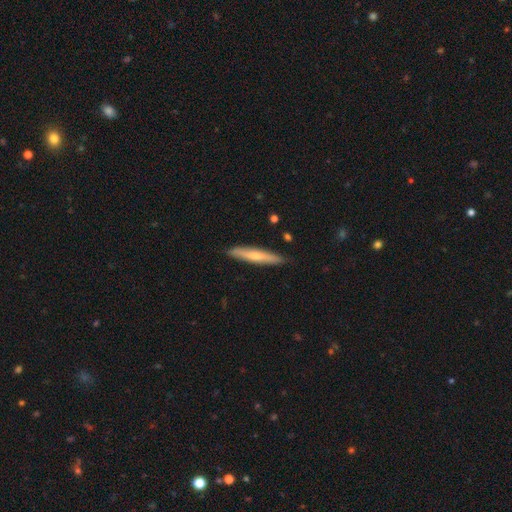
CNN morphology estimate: smooth 55%, featured or disk 39%, star or artifact 5%. Down the decision tree: how rounded — cigar-shaped (91%); merging — none (88%).